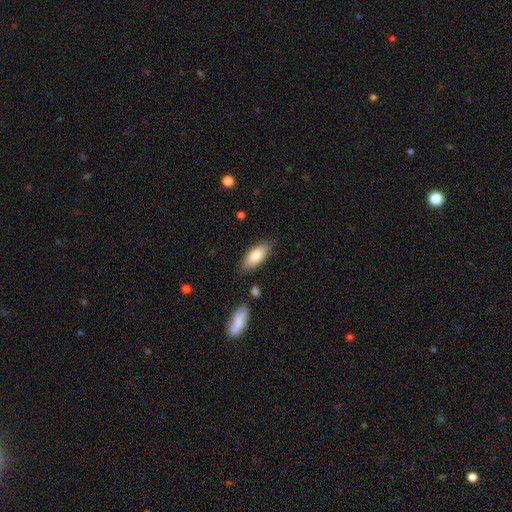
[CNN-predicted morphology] smooth_or_featured: smooth (p=0.78) [alt: featured or disk p=0.15]
how_rounded: in between (p=0.84) [alt: cigar-shaped p=0.14]
merging: none (p=0.81) [alt: minor disturbance p=0.13]